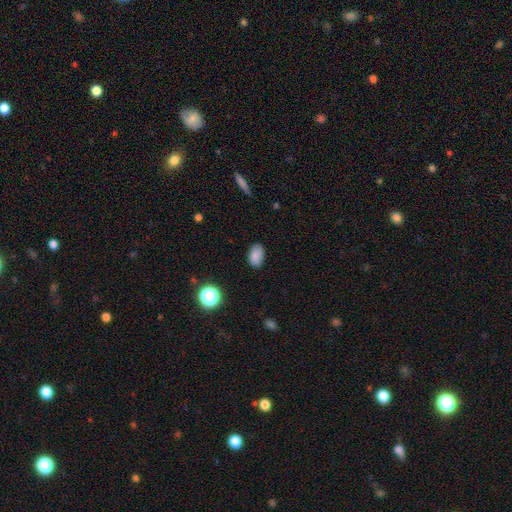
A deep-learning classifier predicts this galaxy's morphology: Smooth or featured? Predicted: smooth (p=0.84). How rounded? Predicted: in between (p=0.88). Merging? Predicted: none (p=0.85).